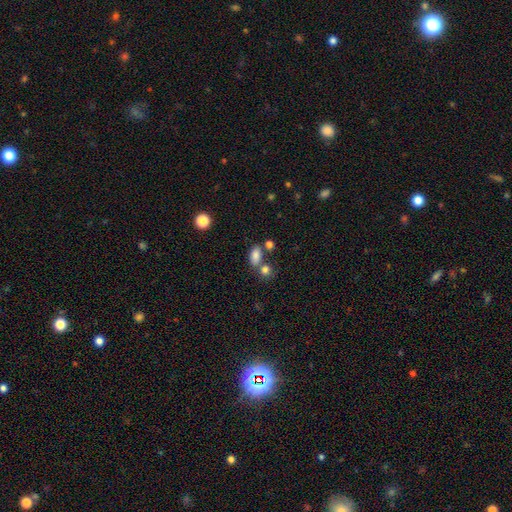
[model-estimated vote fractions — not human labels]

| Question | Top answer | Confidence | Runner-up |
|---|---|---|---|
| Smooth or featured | smooth | 83% | star or artifact (11%) |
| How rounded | in between | 87% | round (10%) |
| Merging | none | 59% | merger (23%) |